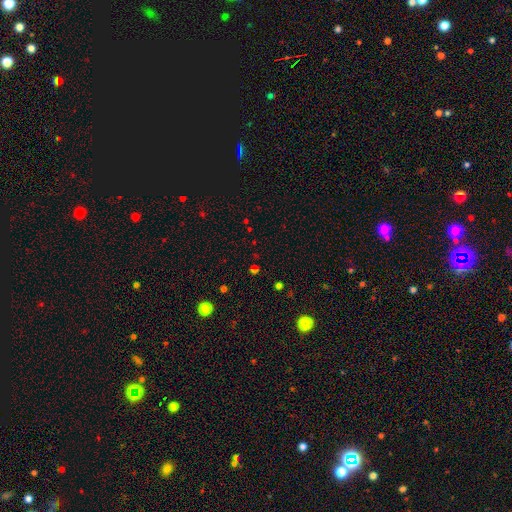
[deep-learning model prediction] The model was most divided on "smooth or featured": star or artifact: 53%, smooth: 40%, featured or disk: 6%.